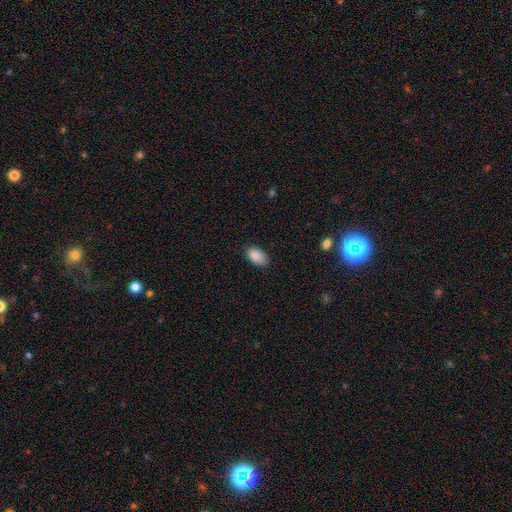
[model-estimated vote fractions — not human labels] This is clearly a smooth galaxy (88%). How rounded: clearly in between (93%). Merging: likely none (78%).